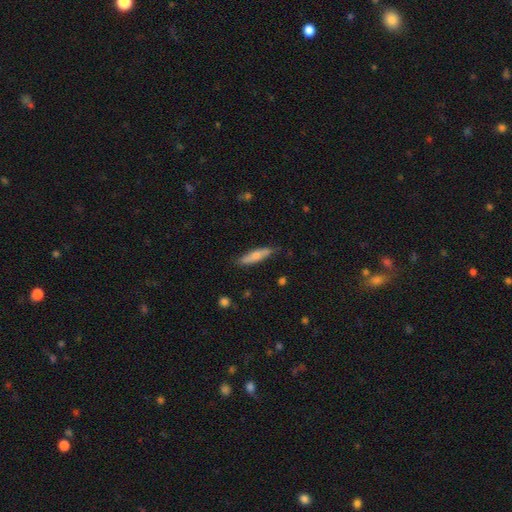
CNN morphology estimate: A smooth galaxy with no disk features (72%) that is cigar-shaped (74%).

Vote fractions:
- Smooth or featured? smooth: 72% / featured or disk: 23% / star or artifact: 6%
- How rounded? cigar-shaped: 74% / in between: 24% / round: 2%
- Merging? none: 80% / minor disturbance: 16% / major disturbance: 3% / merger: 1%